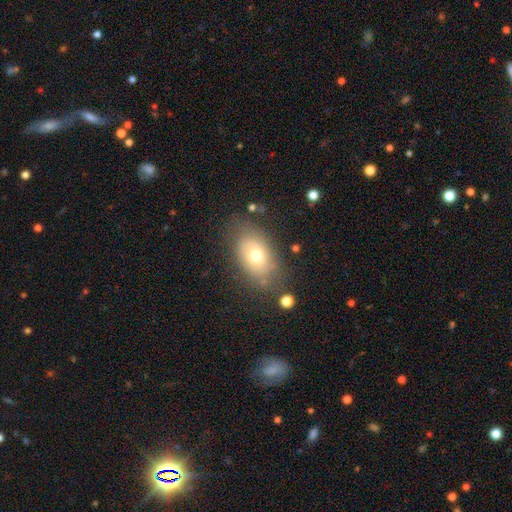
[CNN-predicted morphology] type=smooth (67%); roundness=in between (85%); merging=none (72%).